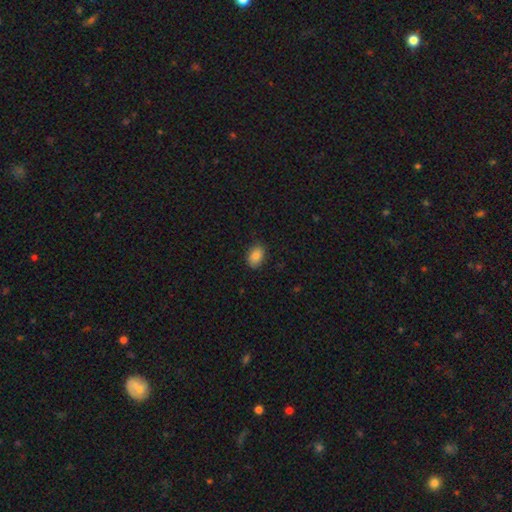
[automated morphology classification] type=smooth (86%); roundness=in between (84%); merging=none (84%).